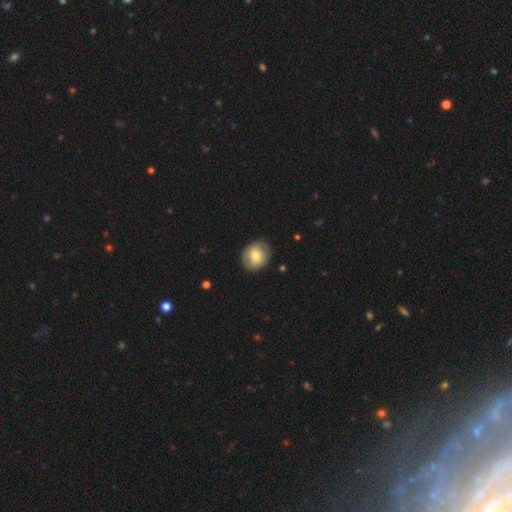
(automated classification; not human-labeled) A smooth galaxy with no disk features (69%) that is round (64%).

Vote fractions:
- Smooth or featured? smooth: 69% / featured or disk: 24% / star or artifact: 7%
- How rounded? round: 64% / in between: 35% / cigar-shaped: 1%
- Merging? none: 83% / minor disturbance: 13% / major disturbance: 3% / merger: 1%